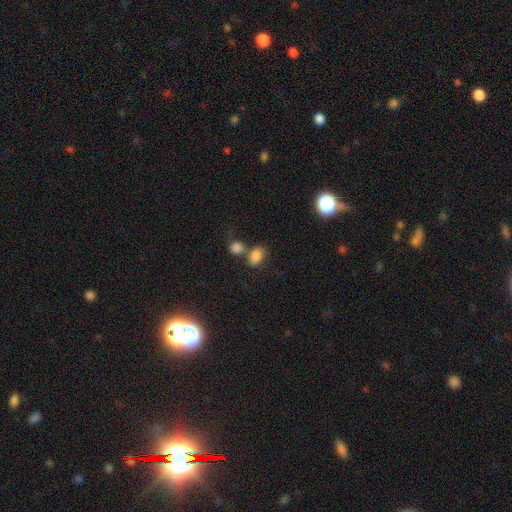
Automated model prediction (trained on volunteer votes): Smooth or featured? smooth (81%)
How rounded? in between (72%)
Merging? merger (42%)